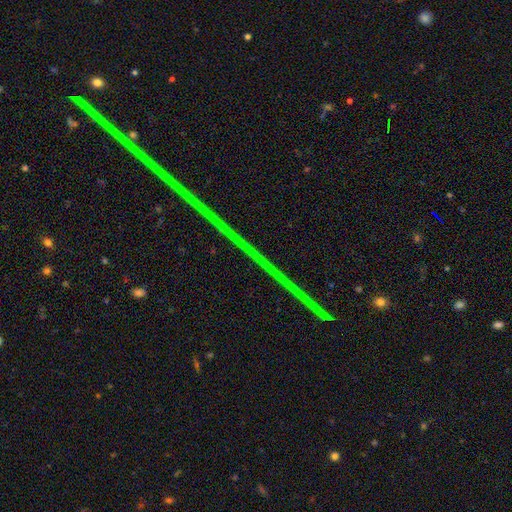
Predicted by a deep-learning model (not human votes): This is clearly a star or artifact rather than a galaxy (88%).